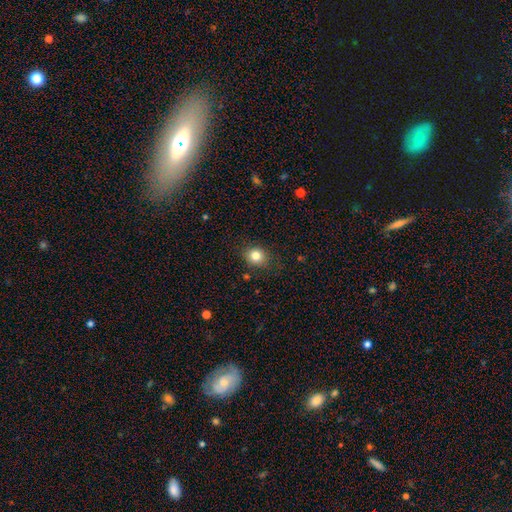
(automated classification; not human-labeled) This appears to be a smooth galaxy with no disk features (82%) that is round (74%). Merging: none (84%).